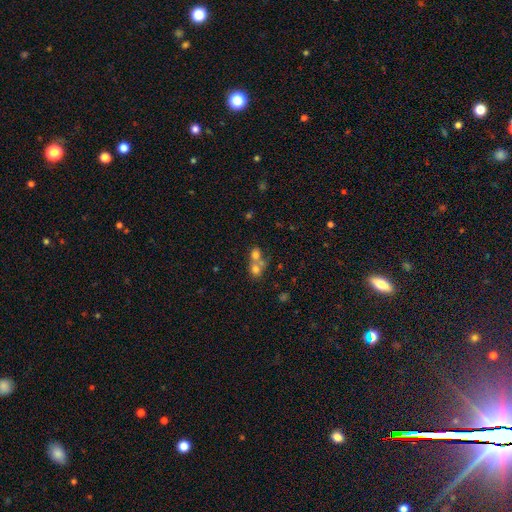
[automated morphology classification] Overall: smooth (65%). How rounded: round (68%; in between 30%). Merging: merger (63%; none 28%).